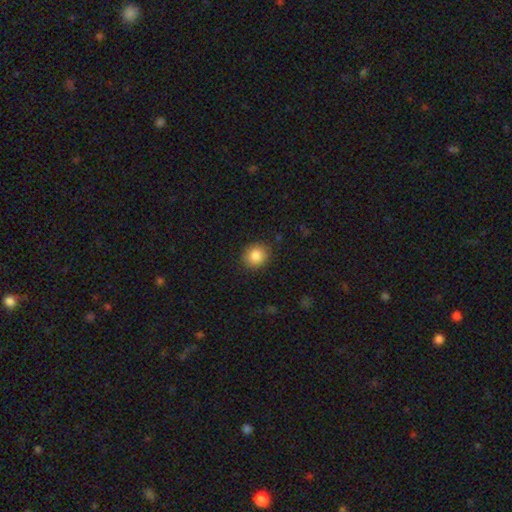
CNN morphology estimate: The model was most divided on "how rounded": round: 80%, in between: 19%, cigar-shaped: 1%. More confident: merging — none (88%); smooth or featured — smooth (86%).